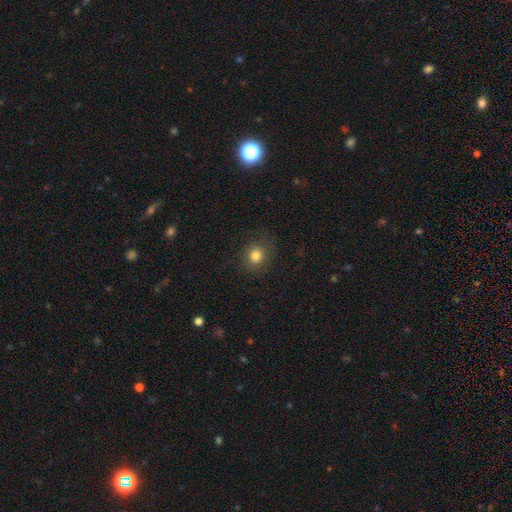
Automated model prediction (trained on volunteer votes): This is clearly a smooth galaxy (81%). How rounded: likely round (77%). Merging: clearly none (84%).